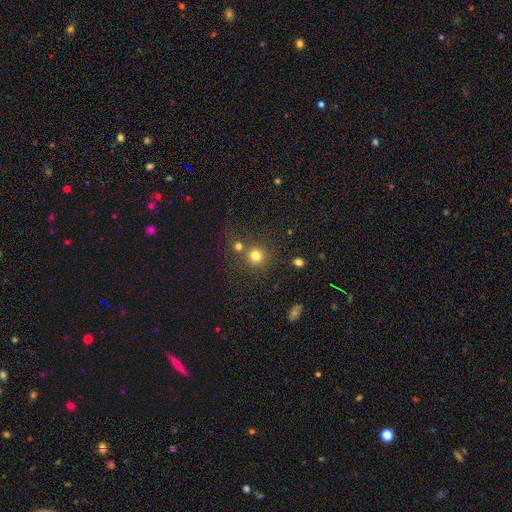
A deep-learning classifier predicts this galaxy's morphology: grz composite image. It shows a smooth galaxy with no disk features (76%) that is round (92%). Merging: none (68%).